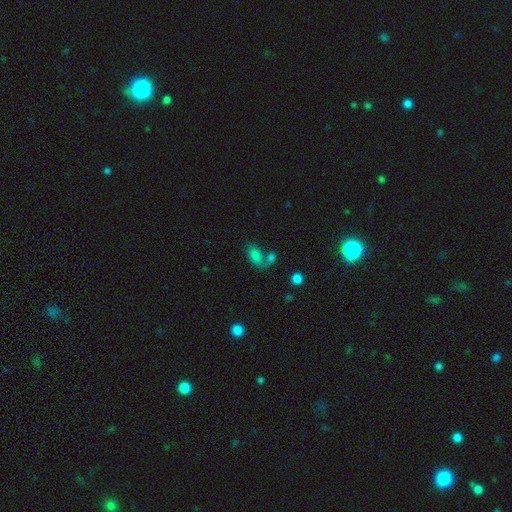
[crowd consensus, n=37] This is likely a smooth galaxy (76%). How rounded: likely in between (79%). Merging: likely merger (66%).